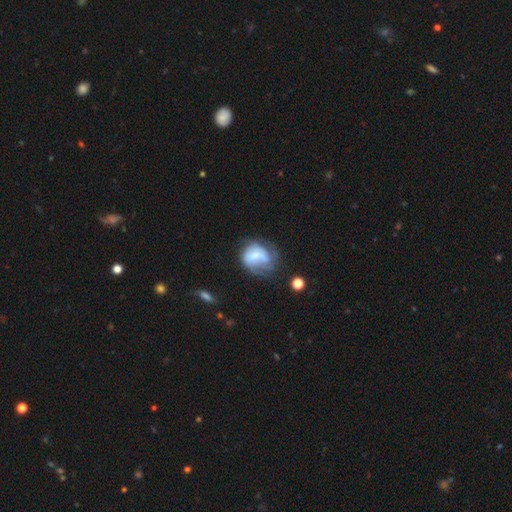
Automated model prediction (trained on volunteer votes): smooth_or_featured: featured or disk (p=0.46) [alt: smooth p=0.45]
merging: none (p=0.37) [alt: major disturbance p=0.30]